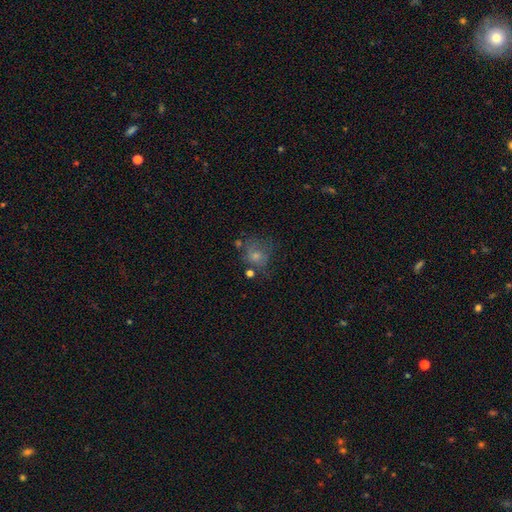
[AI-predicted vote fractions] smooth_or_featured: smooth (p=0.47) [alt: featured or disk p=0.27]
merging: none (p=0.60) [alt: minor disturbance p=0.20]